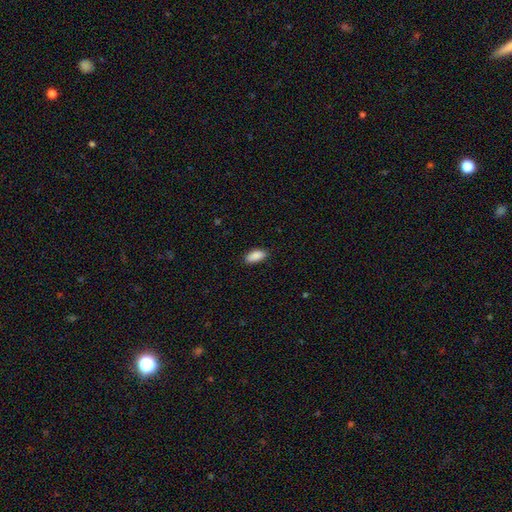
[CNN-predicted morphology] A smooth galaxy with no disk features (90%) that is in between round and cigar-shaped (90%). Merging: none (87%).